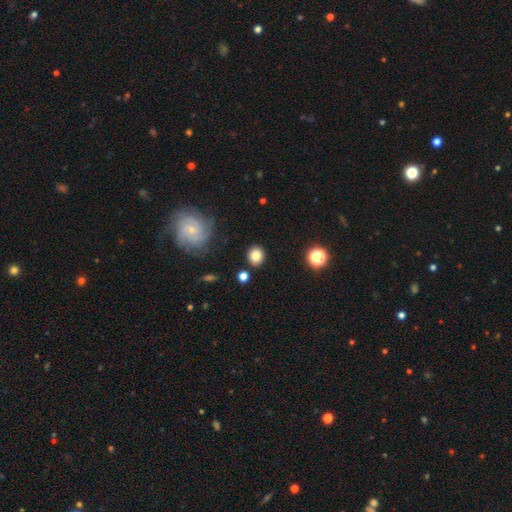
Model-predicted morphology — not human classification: smooth-or-featured: smooth: 81% | star or artifact: 10% | featured or disk: 8%
  how-rounded: round: 72% | in between: 27% | cigar-shaped: 1%
  merging: none: 85% | minor disturbance: 9% | merger: 3% | major disturbance: 3%